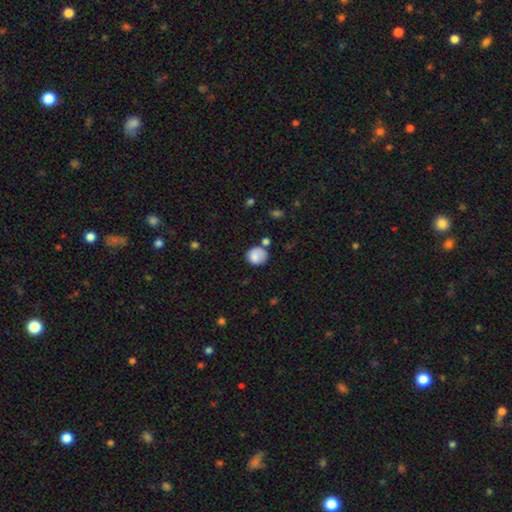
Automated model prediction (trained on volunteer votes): A smooth galaxy with no disk features (81%) that is round (78%). Merging: none (61%).